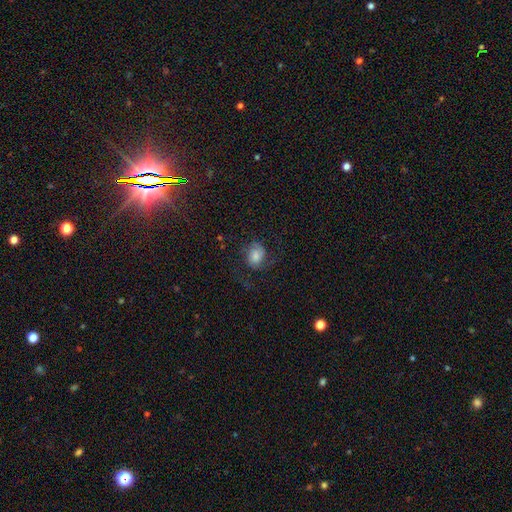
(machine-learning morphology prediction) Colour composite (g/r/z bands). It shows a featured or disk galaxy (48%). Merging: none (62%).